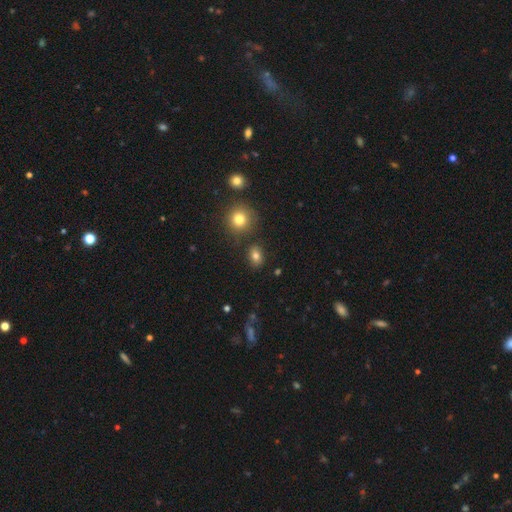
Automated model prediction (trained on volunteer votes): Smooth or featured: smooth — 79% (star or artifact — 13%)
How rounded: in between — 63% (round — 35%)
Merging: none — 82% (minor disturbance — 10%)